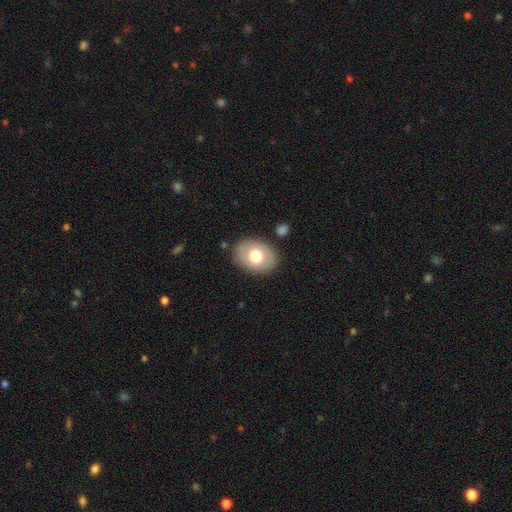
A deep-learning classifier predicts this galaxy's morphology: Smooth or featured? smooth (69%)
How rounded? in between (65%)
Merging? none (84%)